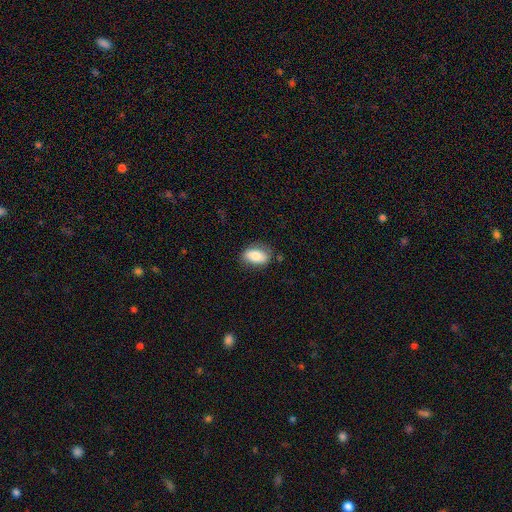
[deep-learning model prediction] smooth-or-featured: smooth: 79% | featured or disk: 14% | star or artifact: 7%
  how-rounded: in between: 89% | round: 8% | cigar-shaped: 3%
  merging: none: 71% | minor disturbance: 21% | major disturbance: 6% | merger: 2%